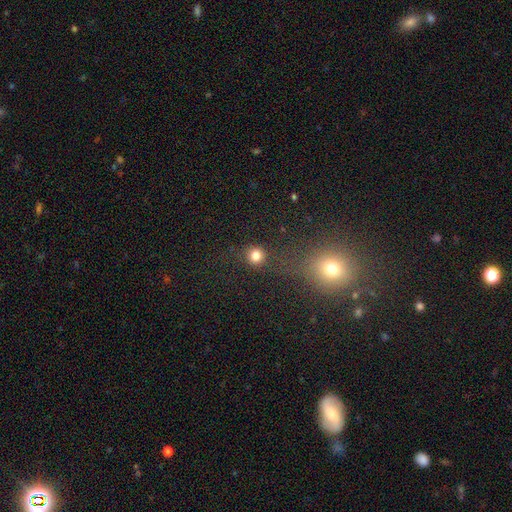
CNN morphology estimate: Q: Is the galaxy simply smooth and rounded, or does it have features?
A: smooth — 80%.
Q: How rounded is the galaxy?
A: round — 91%.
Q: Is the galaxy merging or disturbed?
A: none — 79%.